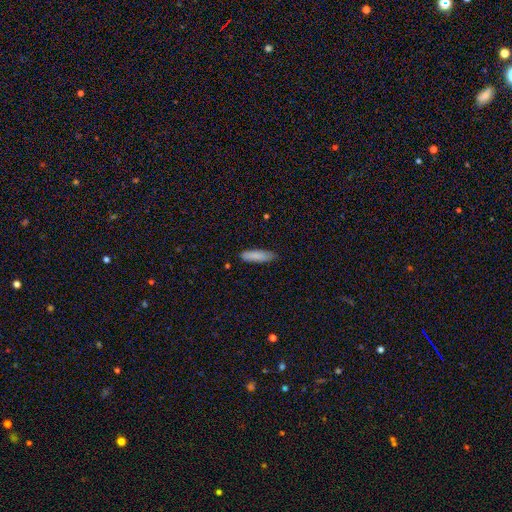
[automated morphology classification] smooth-or-featured: smooth: 86% | featured or disk: 8% | star or artifact: 6%
  how-rounded: cigar-shaped: 65% | in between: 33% | round: 1%
  merging: none: 84% | minor disturbance: 13% | major disturbance: 2% | merger: 1%